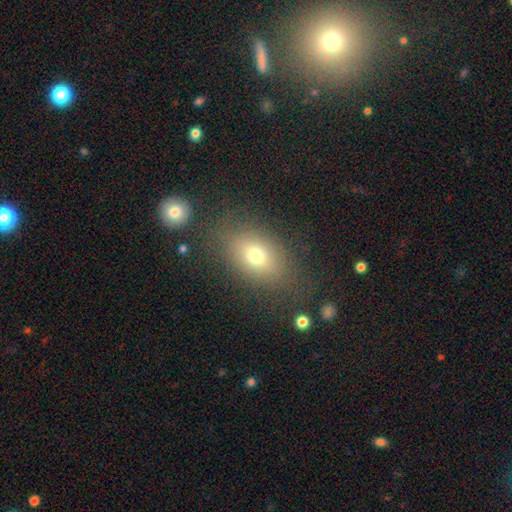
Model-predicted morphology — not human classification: Smooth or featured? Predicted: smooth (p=0.71). How rounded? Predicted: in between (p=0.77). Merging? Predicted: none (p=0.76).